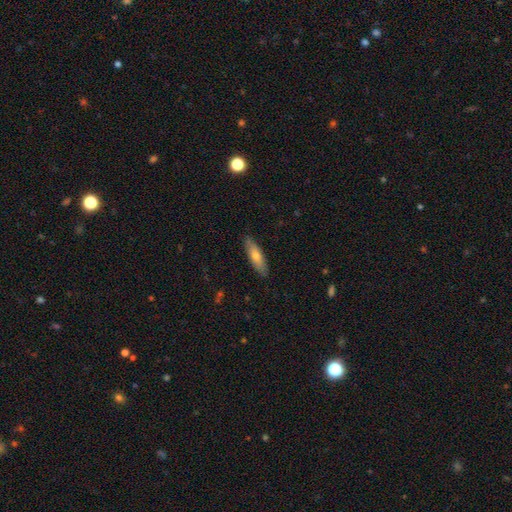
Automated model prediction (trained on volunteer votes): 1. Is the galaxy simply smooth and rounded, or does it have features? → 63% smooth, 30% featured or disk, 6% star or artifact.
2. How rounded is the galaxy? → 58% cigar-shaped, 40% in between, 2% round.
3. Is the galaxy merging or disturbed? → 87% none, 10% minor disturbance, 2% major disturbance, 1% merger.